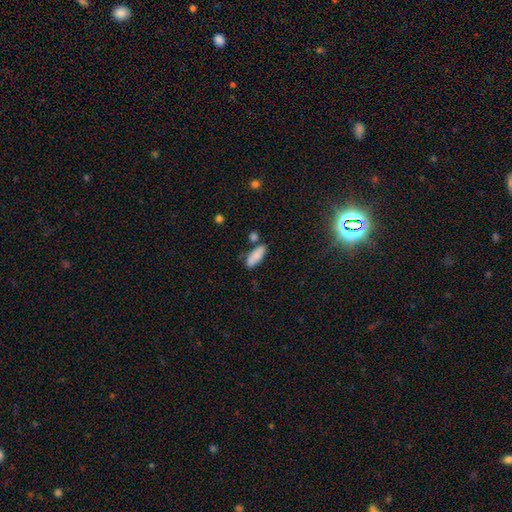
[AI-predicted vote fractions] Smooth or featured?
  - smooth: 84% *
  - featured or disk: 9%
  - star or artifact: 7%
How rounded?
  - in between: 65% *
  - cigar-shaped: 32%
  - round: 2%
Merging?
  - none: 66% *
  - minor disturbance: 18%
  - merger: 12%
  - major disturbance: 5%